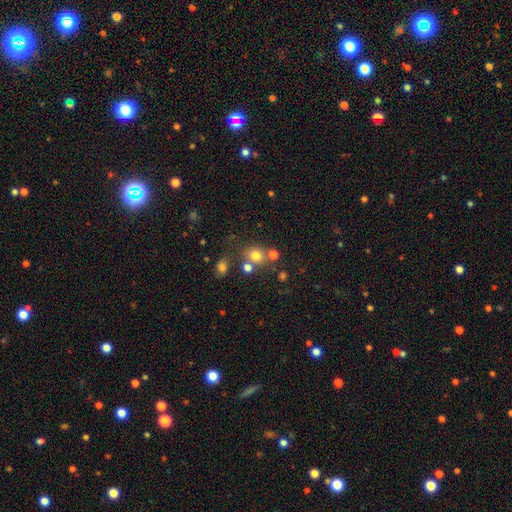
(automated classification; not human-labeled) Smooth or featured? smooth (74%)
How rounded? round (72%)
Merging? none (64%)